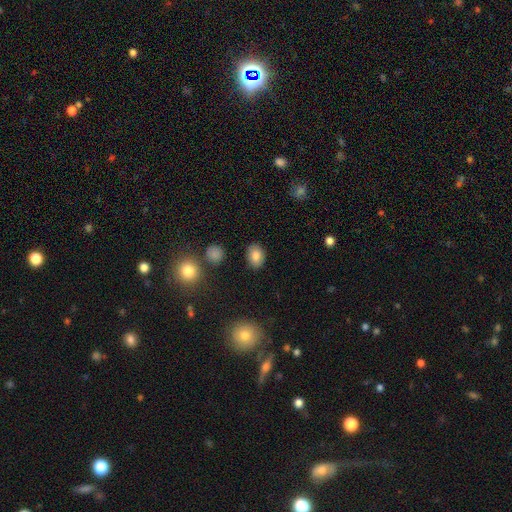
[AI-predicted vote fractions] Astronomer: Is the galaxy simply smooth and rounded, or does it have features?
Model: smooth — 83%.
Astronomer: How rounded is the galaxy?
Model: in between — 73%.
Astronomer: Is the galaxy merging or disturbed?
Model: none — 87%.